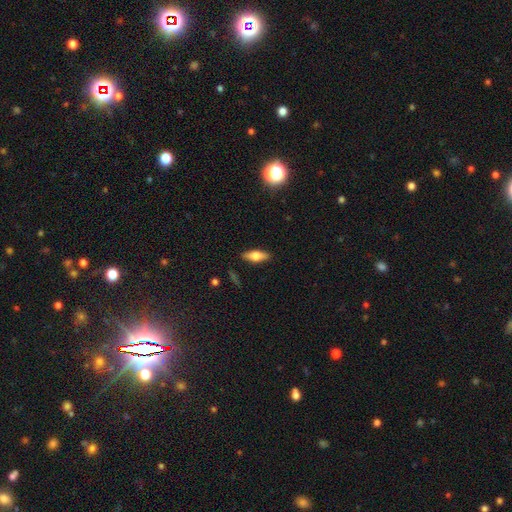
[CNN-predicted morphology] This appears to be a smooth galaxy with no disk features (60%) that is in between round and cigar-shaped (63%). Merging: none (88%).